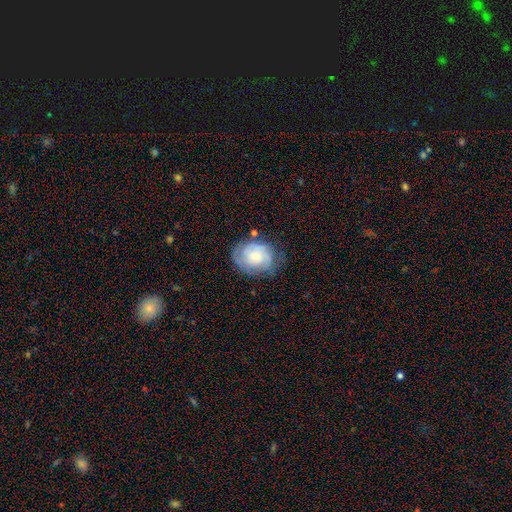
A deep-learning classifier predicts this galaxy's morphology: featured or disk 52%, smooth 41%, star or artifact 7%. Down the decision tree: edge-on disk — no (97%); bar — no (78%); spiral arms — yes (76%); bulge size — small (56%); merging — none (63%).